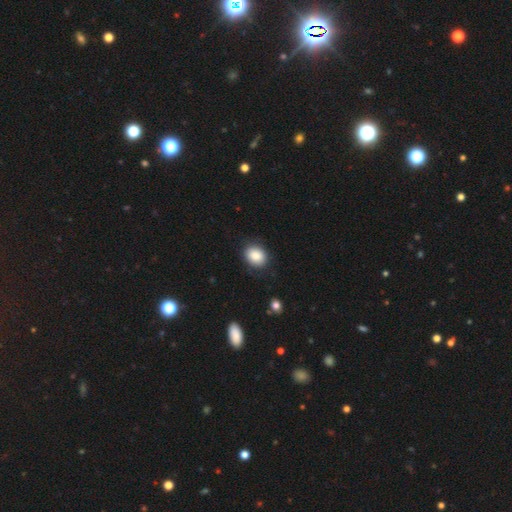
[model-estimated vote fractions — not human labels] This appears to be a smooth galaxy with no disk features (87%) that is round (52%). Merging: none (85%).